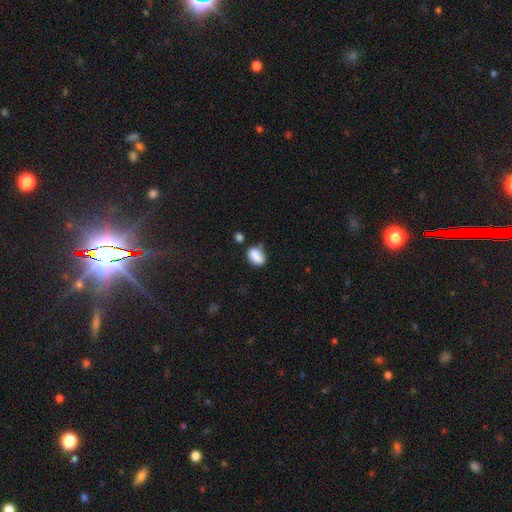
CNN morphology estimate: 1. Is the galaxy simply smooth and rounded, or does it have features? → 82% smooth, 9% star or artifact, 9% featured or disk.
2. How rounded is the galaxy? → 80% in between, 18% round, 2% cigar-shaped.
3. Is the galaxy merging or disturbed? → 46% none, 28% minor disturbance, 18% merger, 9% major disturbance.